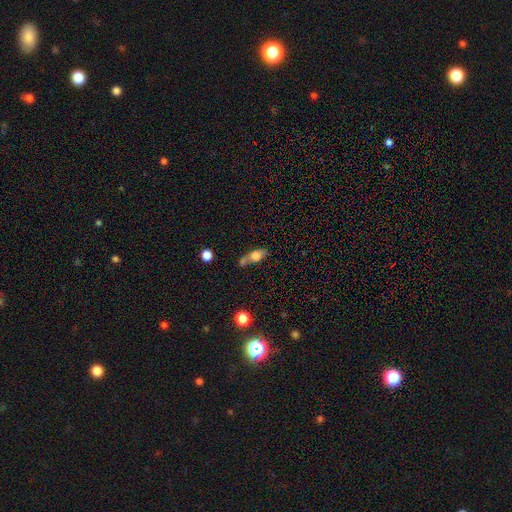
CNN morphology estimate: The model was most divided on "merging": none: 42%, merger: 32%, minor disturbance: 18%, major disturbance: 7%. More confident: how rounded — in between (74%); smooth or featured — smooth (71%).